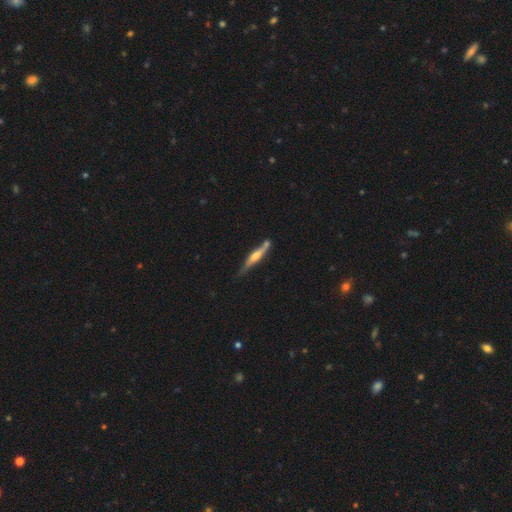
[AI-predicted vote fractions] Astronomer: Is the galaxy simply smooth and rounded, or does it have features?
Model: featured or disk — 60%.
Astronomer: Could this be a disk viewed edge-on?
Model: yes — 94%.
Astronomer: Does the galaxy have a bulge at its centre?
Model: rounded — 73%.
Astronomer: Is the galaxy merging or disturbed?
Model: none — 62%.